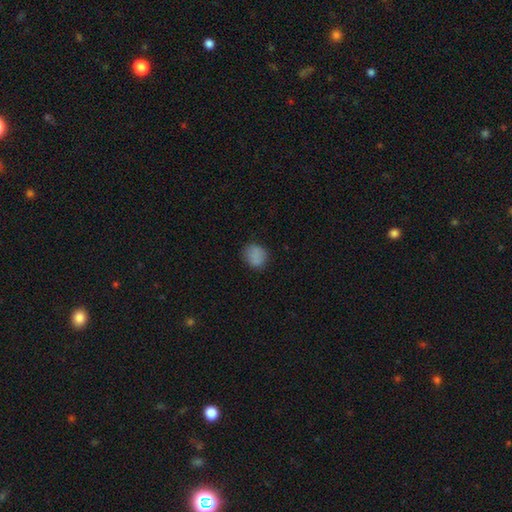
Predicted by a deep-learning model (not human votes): A smooth galaxy with no disk features (85%) that is round (71%). Merging: none (82%).